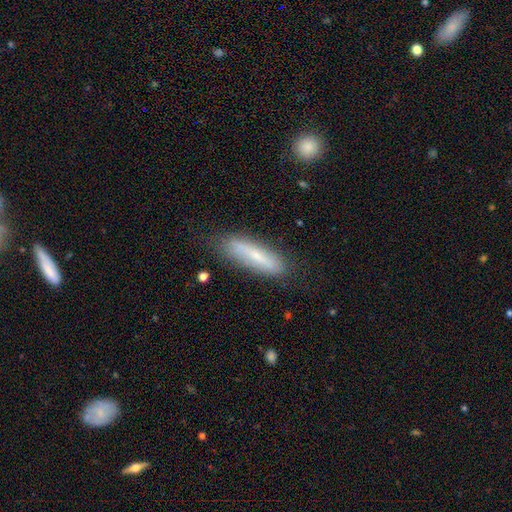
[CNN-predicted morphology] Q: Smooth or featured?
A: smooth (56%); runner-up: featured or disk (36%)
Q: How rounded?
A: cigar-shaped (70%); runner-up: in between (28%)
Q: Merging?
A: none (75%); runner-up: minor disturbance (18%)